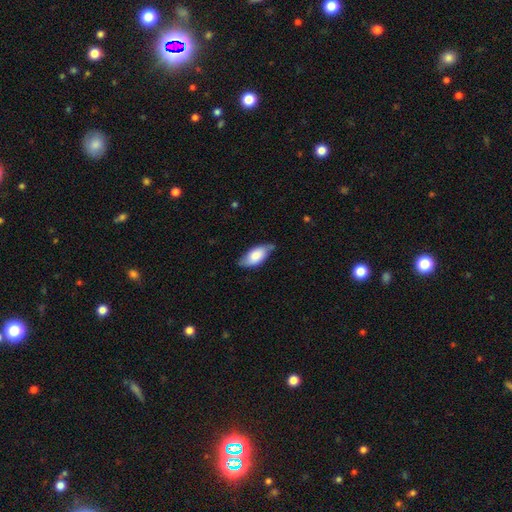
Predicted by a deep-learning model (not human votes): Smooth or featured: smooth — 73% (featured or disk — 21%)
How rounded: in between — 90% (cigar-shaped — 7%)
Merging: none — 61% (minor disturbance — 31%)